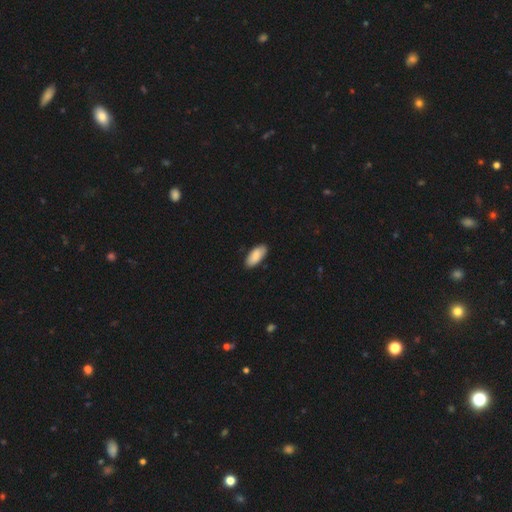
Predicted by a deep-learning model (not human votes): A smooth galaxy with no disk features (87%) that is in between round and cigar-shaped (89%). Merging: none (86%).